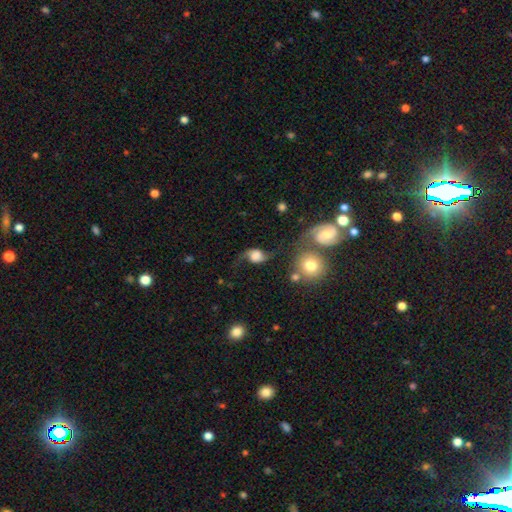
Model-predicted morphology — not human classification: Smooth or featured: featured or disk — 62% (smooth — 28%)
Edge-on disk: no — 96% (yes — 4%)
Bar: no — 61% (weak — 31%)
Spiral arms: yes — 92% (no — 8%)
Spiral winding: loose — 82% (medium — 14%)
Spiral arm count: 2 — 89% (1 — 7%)
Bulge size: large — 39% (moderate — 20%)
Merging: none — 51% (minor disturbance — 21%)